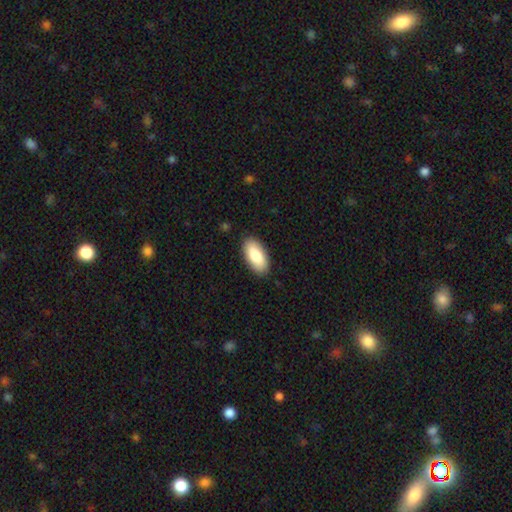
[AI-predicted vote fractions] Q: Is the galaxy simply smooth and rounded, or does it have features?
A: smooth — 85%.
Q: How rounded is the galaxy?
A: in between — 93%.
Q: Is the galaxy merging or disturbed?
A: none — 87%.